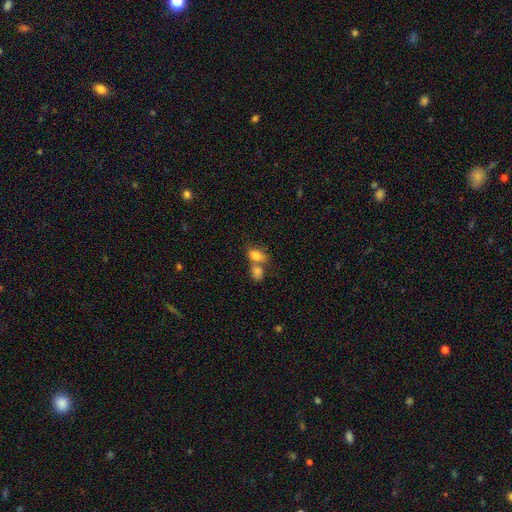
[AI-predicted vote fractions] The model was most divided on "merging": merger: 56%, none: 29%, minor disturbance: 10%, major disturbance: 5%. More confident: how rounded — in between (84%); smooth or featured — smooth (80%).